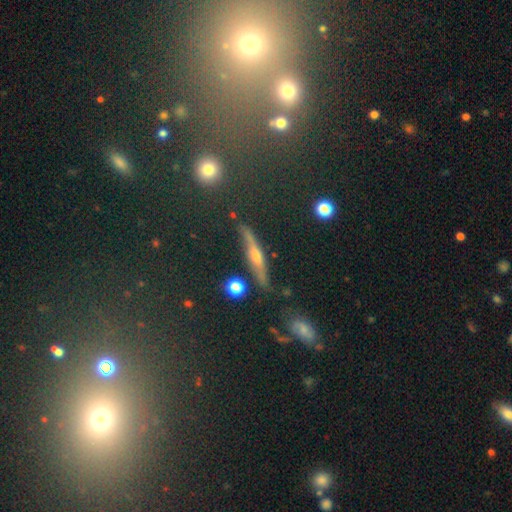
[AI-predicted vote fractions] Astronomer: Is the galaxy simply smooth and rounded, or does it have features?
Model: featured or disk — 66%.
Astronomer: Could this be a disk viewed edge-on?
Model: yes — 92%.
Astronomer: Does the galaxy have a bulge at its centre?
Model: rounded — 89%.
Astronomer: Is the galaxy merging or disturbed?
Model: none — 84%.